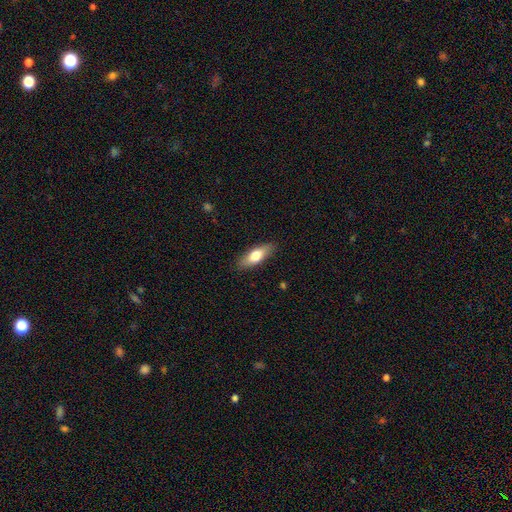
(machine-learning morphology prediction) smooth 69%, featured or disk 25%, star or artifact 6%. Down the decision tree: how rounded — in between (62%); merging — none (87%).